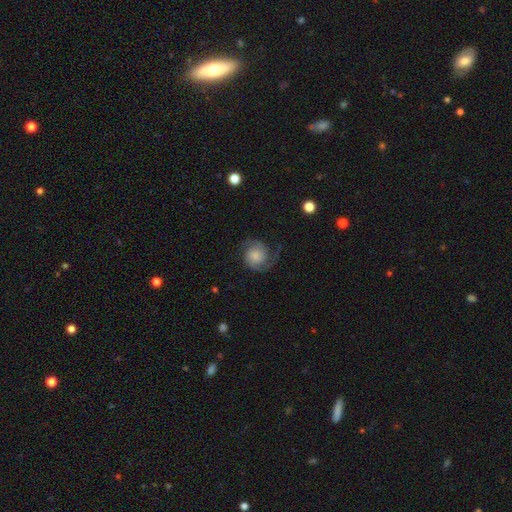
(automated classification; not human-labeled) This is likely a featured or disk galaxy (78%). It is clearly not viewed edge-on (98%). Bar: likely no (73%). Spiral arm pattern: clearly yes (97%). Spiral arm count: clearly 2 (89%). Spiral winding: possibly medium (45%). Central bulge: marginally none (26%). Merging: likely none (71%).